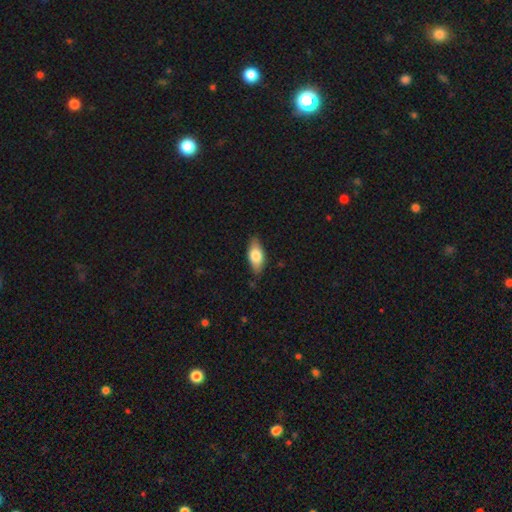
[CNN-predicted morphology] A smooth galaxy with no disk features (74%) that is in between round and cigar-shaped (86%). Merging: none (80%).